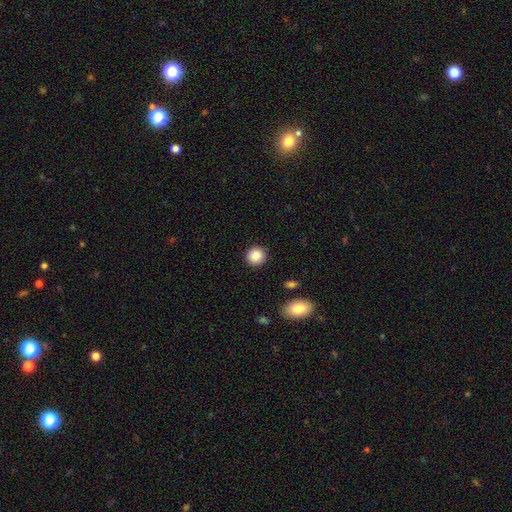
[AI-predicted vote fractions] A smooth galaxy with no disk features (88%) that is round (93%).

Vote fractions:
- Smooth or featured? smooth: 88% / star or artifact: 8% / featured or disk: 3%
- How rounded? round: 93% / in between: 6% / cigar-shaped: 1%
- Merging? none: 91% / minor disturbance: 6% / major disturbance: 2% / merger: 1%